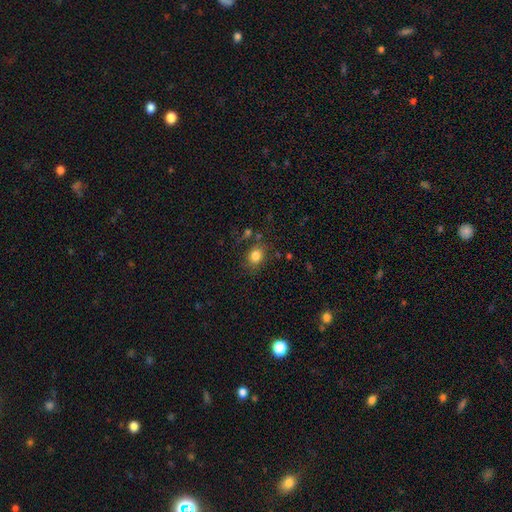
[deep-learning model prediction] Smooth or featured? Predicted: smooth (p=0.82). How rounded? Predicted: round (p=0.52). Merging? Predicted: none (p=0.76).